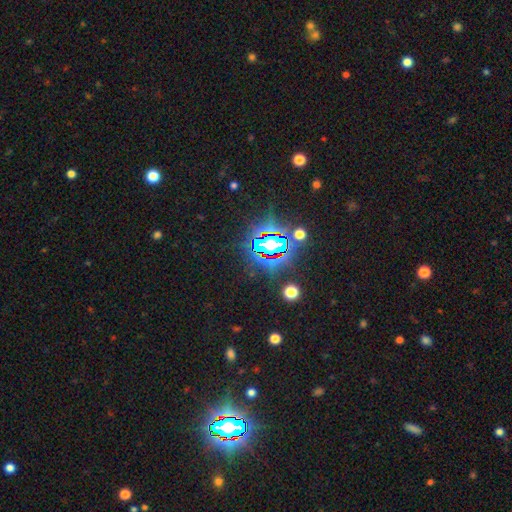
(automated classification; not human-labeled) The model was most divided on "smooth or featured": star or artifact: 85%, smooth: 9%, featured or disk: 6%.